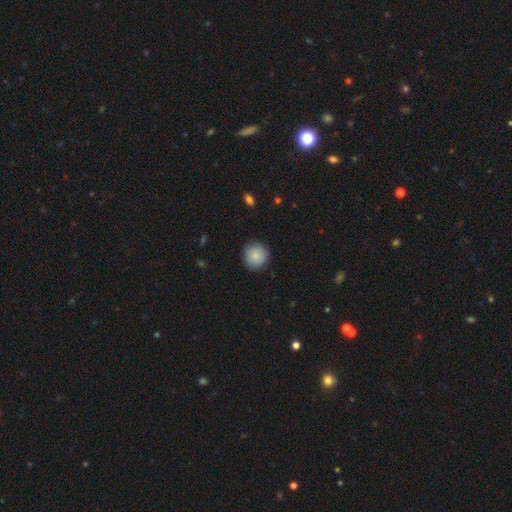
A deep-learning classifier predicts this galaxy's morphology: Q: Smooth or featured?
A: smooth (87%); runner-up: star or artifact (7%)
Q: How rounded?
A: round (92%); runner-up: in between (7%)
Q: Merging?
A: none (88%); runner-up: minor disturbance (9%)